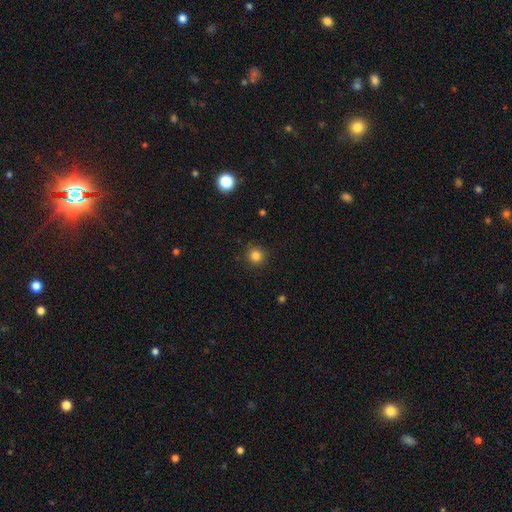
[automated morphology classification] smooth_or_featured: smooth (p=0.83) [alt: star or artifact p=0.12]
how_rounded: round (p=0.94) [alt: in between p=0.06]
merging: none (p=0.91) [alt: minor disturbance p=0.06]